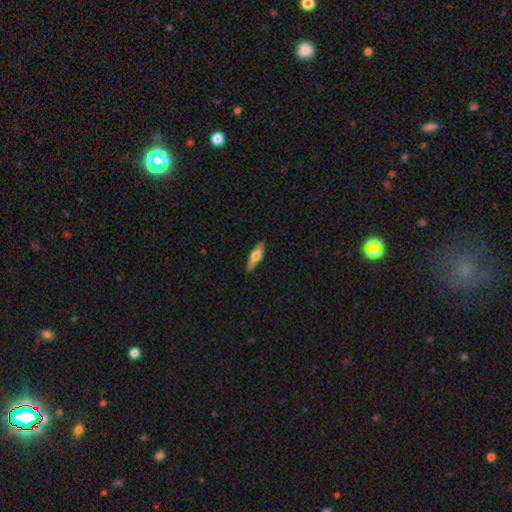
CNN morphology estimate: A featured or disk galaxy (50%).

Vote fractions:
- Smooth or featured? featured or disk: 50% / smooth: 44% / star or artifact: 6%
- Merging? none: 88% / minor disturbance: 9% / major disturbance: 2% / merger: 1%